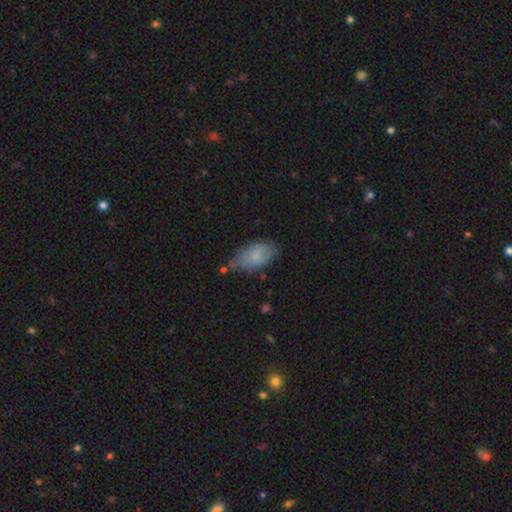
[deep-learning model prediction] smooth-or-featured: smooth: 77% | featured or disk: 16% | star or artifact: 7%
  how-rounded: in between: 93% | round: 3% | cigar-shaped: 3%
  merging: none: 52% | minor disturbance: 35% | major disturbance: 8% | merger: 5%